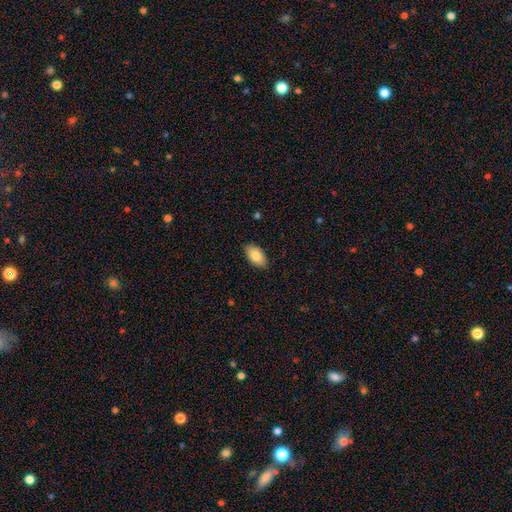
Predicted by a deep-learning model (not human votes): smooth-or-featured: smooth: 86% | featured or disk: 7% | star or artifact: 6%
  how-rounded: in between: 95% | round: 4% | cigar-shaped: 2%
  merging: none: 87% | minor disturbance: 10% | major disturbance: 2% | merger: 1%